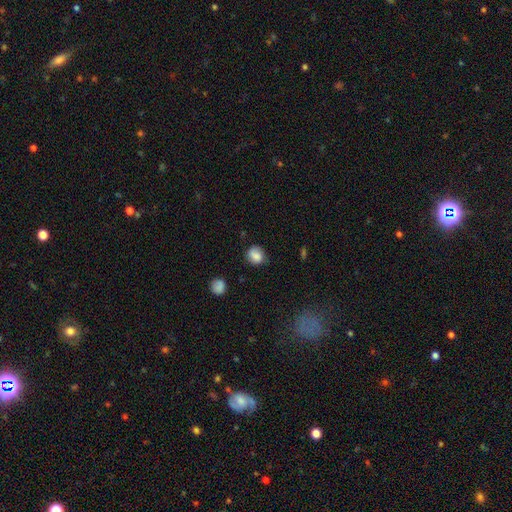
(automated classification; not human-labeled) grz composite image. It shows a smooth galaxy with no disk features (83%) that is round (67%). Merging: none (66%).